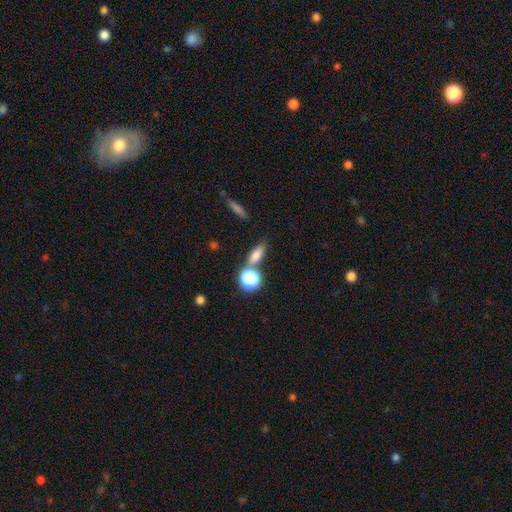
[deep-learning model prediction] smooth-or-featured: smooth: 74% | star or artifact: 15% | featured or disk: 11%
  how-rounded: in between: 56% | cigar-shaped: 25% | round: 19%
  merging: none: 64% | merger: 19% | minor disturbance: 13% | major disturbance: 5%